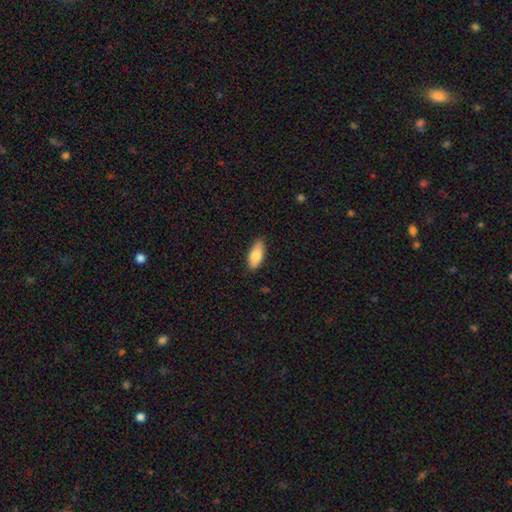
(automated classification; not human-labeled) Smooth or featured? Predicted: smooth (p=0.83). How rounded? Predicted: in between (p=0.81). Merging? Predicted: none (p=0.82).